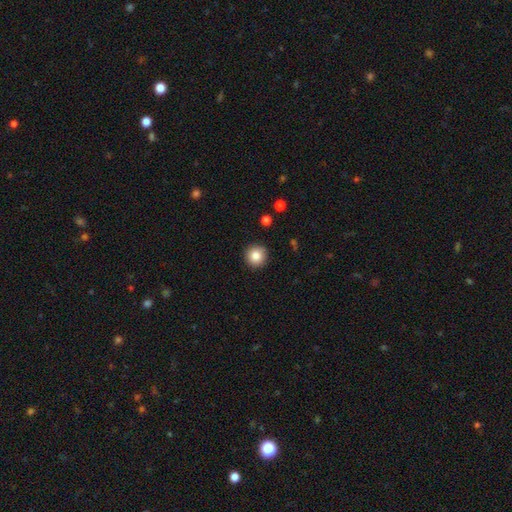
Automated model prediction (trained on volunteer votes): Overall: smooth (84%). How rounded: round (95%). Merging: none (91%).